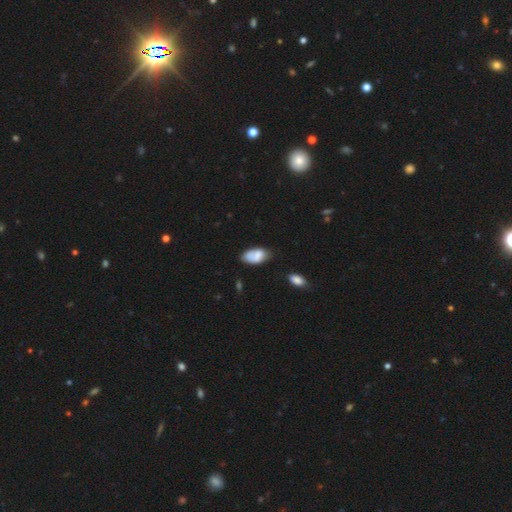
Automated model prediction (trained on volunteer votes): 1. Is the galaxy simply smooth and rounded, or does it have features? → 71% smooth, 21% featured or disk, 8% star or artifact.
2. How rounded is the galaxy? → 93% in between, 5% round, 2% cigar-shaped.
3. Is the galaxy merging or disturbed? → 53% none, 29% minor disturbance, 9% merger, 9% major disturbance.